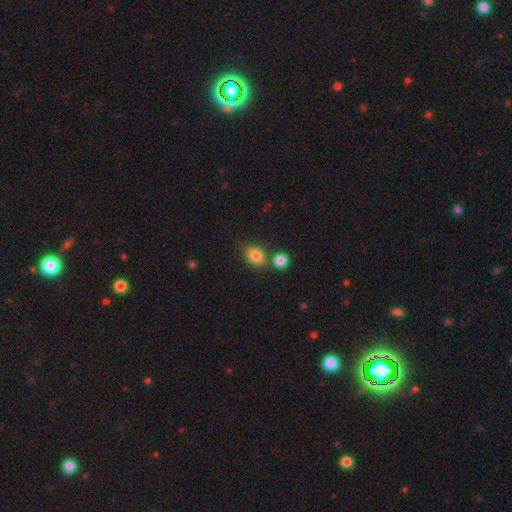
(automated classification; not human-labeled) smooth-or-featured: smooth: 84% | star or artifact: 10% | featured or disk: 6%
  how-rounded: in between: 58% | round: 41% | cigar-shaped: 1%
  merging: none: 62% | merger: 21% | minor disturbance: 13% | major disturbance: 4%